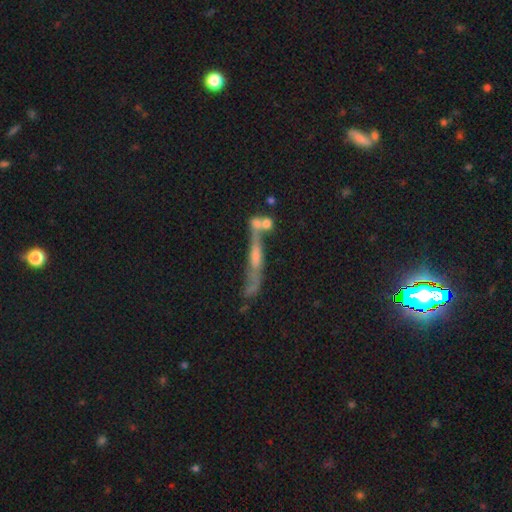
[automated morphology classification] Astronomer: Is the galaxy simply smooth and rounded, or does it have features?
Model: featured or disk — 60%.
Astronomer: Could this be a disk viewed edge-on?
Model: yes — 65%.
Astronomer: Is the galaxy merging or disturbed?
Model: none — 42% (runner-up: merger, 28%).